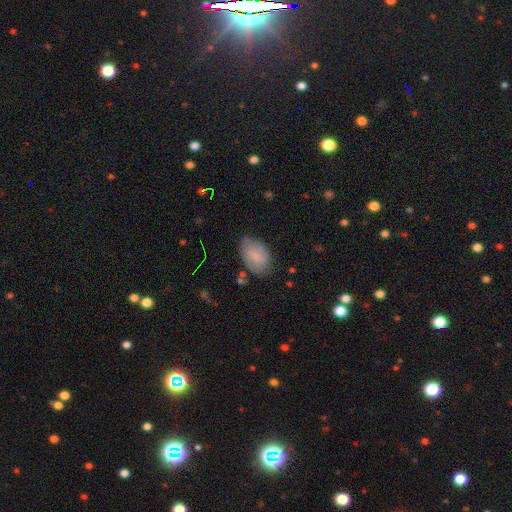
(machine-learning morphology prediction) This is likely a smooth galaxy (78%). How rounded: clearly in between (92%). Merging: likely none (70%).